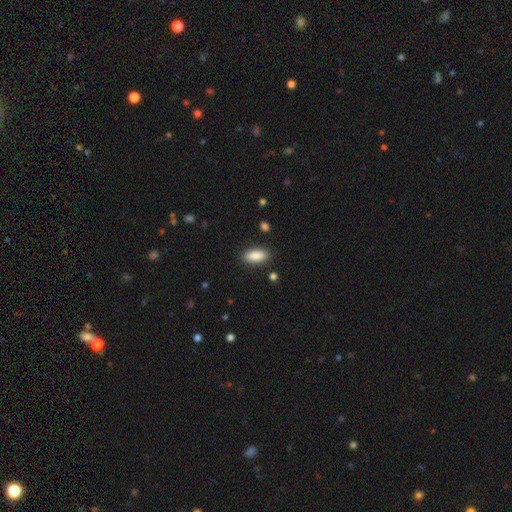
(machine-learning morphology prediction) Smooth or featured?
  - smooth: 89% *
  - star or artifact: 7%
  - featured or disk: 5%
How rounded?
  - in between: 81% *
  - cigar-shaped: 16%
  - round: 2%
Merging?
  - none: 88% *
  - minor disturbance: 9%
  - major disturbance: 2%
  - merger: 1%